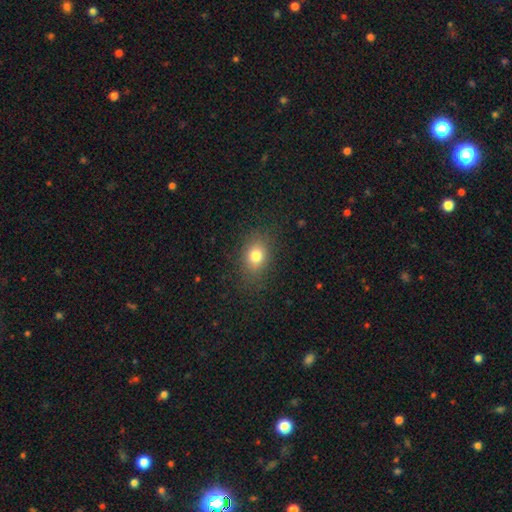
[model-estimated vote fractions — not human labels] Smooth or featured: smooth — 78% (star or artifact — 13%)
How rounded: in between — 59% (round — 40%)
Merging: none — 83% (minor disturbance — 12%)